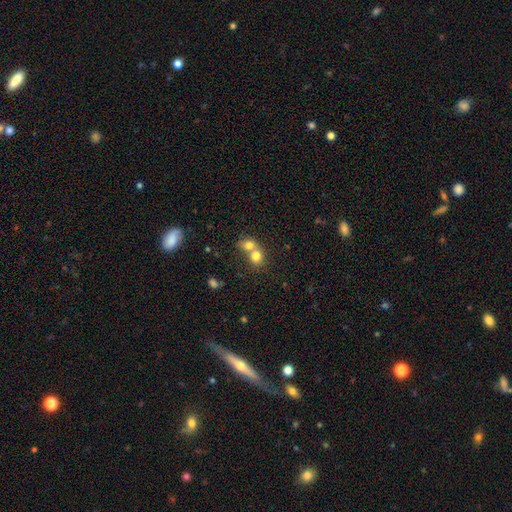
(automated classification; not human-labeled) The model was most divided on "how rounded": round: 67%, in between: 32%, cigar-shaped: 1%. More confident: smooth or featured — smooth (75%); merging — merger (67%).